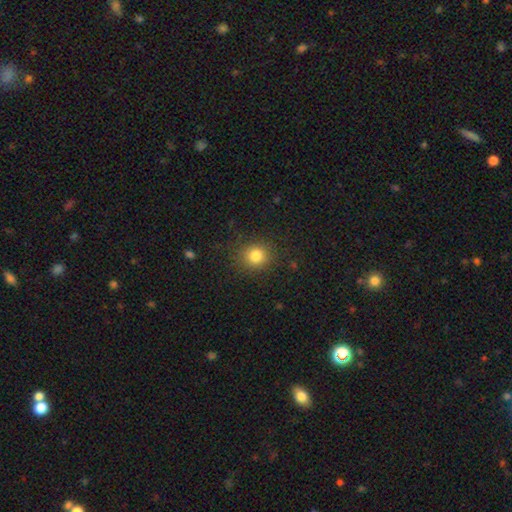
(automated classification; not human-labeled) A smooth galaxy with no disk features (82%) that is round (85%). Merging: none (87%).